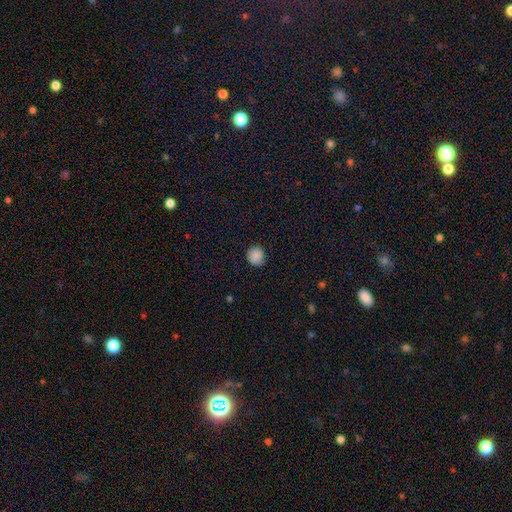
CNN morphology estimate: smooth 87%, star or artifact 9%, featured or disk 4%. Down the decision tree: how rounded — round (88%); merging — none (81%).